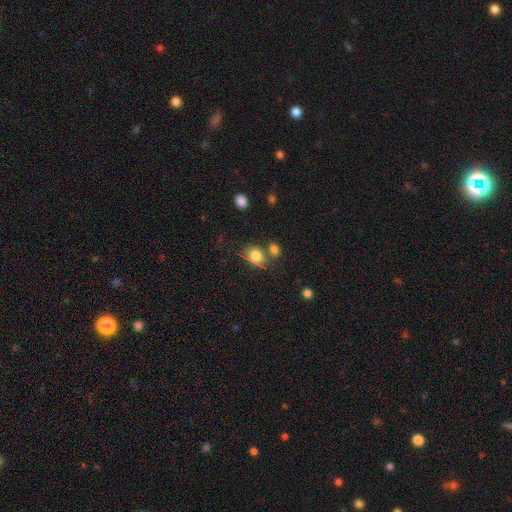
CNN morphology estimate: The model was most divided on "how rounded": round: 51%, in between: 47%, cigar-shaped: 1%. More confident: smooth or featured — smooth (79%); merging — none (56%).